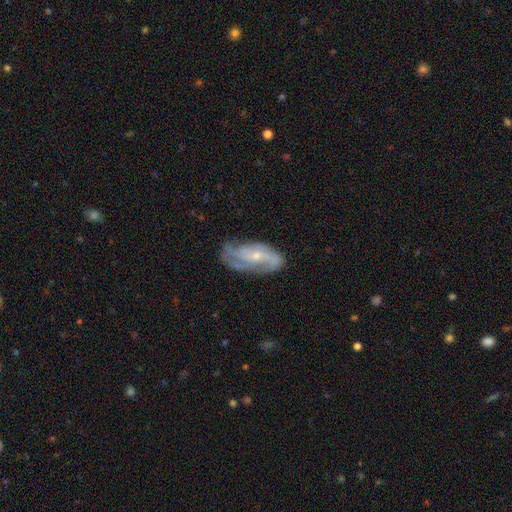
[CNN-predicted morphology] This appears to be a featured or disk galaxy (77%) with no bar (61%), 2 (40%) medium (42%) spiral arms (91%) and a small central bulge (68%). Merging: none (61%).